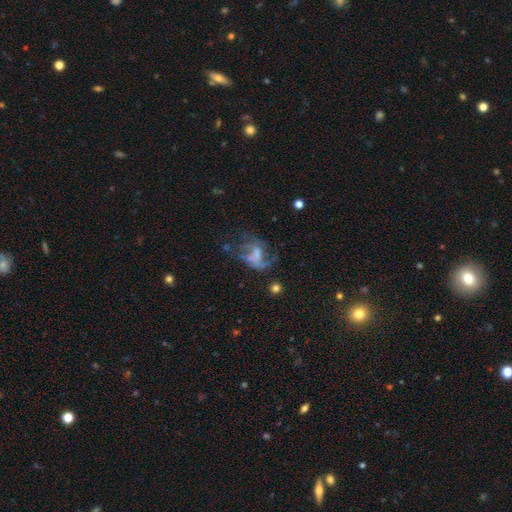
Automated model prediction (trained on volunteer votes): Overall: featured or disk (60%; smooth 26%). Edge-on disk: no (97%). Bar: no (65%; weak 27%). Spiral arms: no (54%; yes 46%). Bulge size: none (44%; moderate 25%). Merging: major disturbance (44%; none 30%).